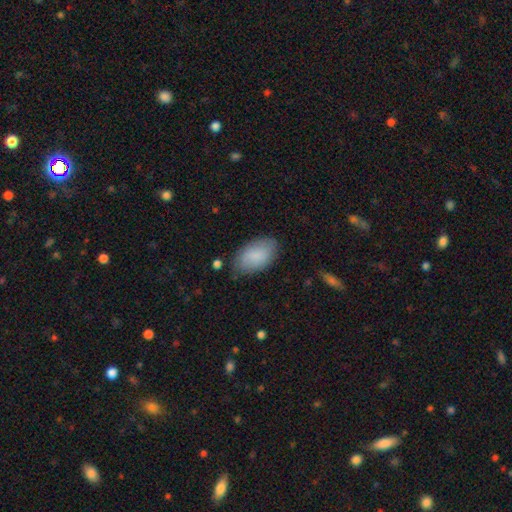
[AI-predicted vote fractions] A smooth galaxy with no disk features (84%) that is in between round and cigar-shaped (94%). Merging: none (78%).